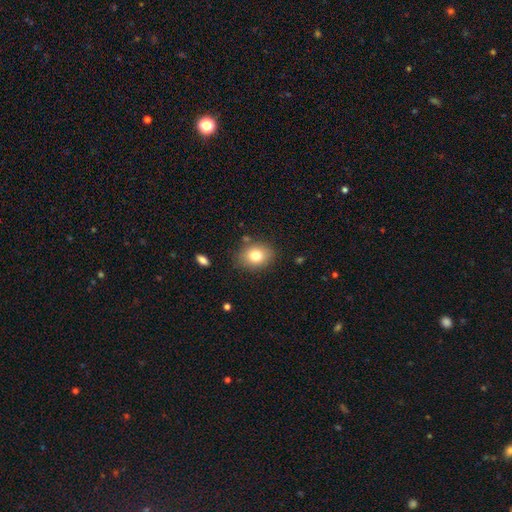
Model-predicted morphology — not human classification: type=smooth (78%); roundness=in between (53%); merging=none (82%).